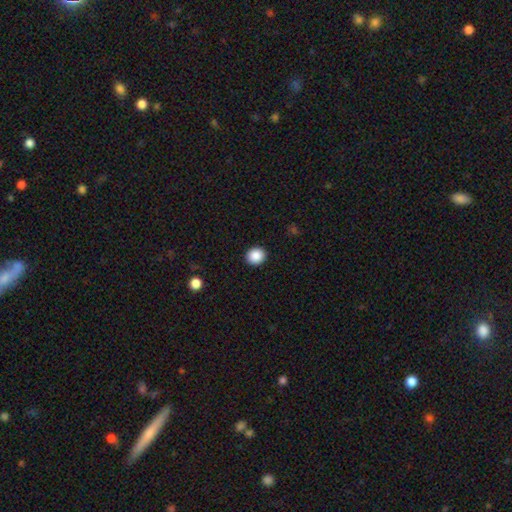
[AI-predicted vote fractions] Smooth or featured? Predicted: smooth (p=0.88). How rounded? Predicted: round (p=0.80). Merging? Predicted: none (p=0.92).